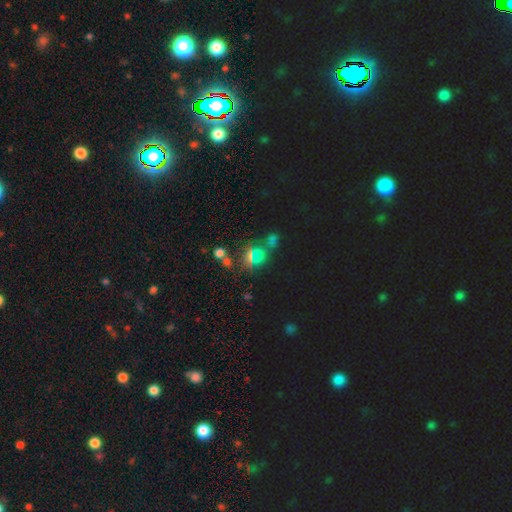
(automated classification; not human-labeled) smooth_or_featured: star or artifact (p=0.56) [alt: smooth p=0.34]